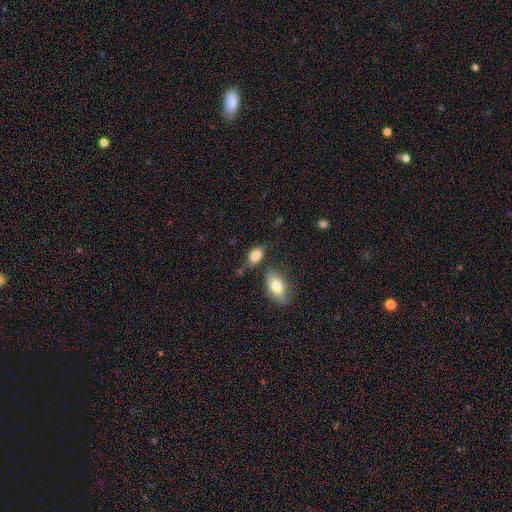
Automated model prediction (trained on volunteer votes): Smooth or featured? smooth (83%)
How rounded? in between (88%)
Merging? none (50%)